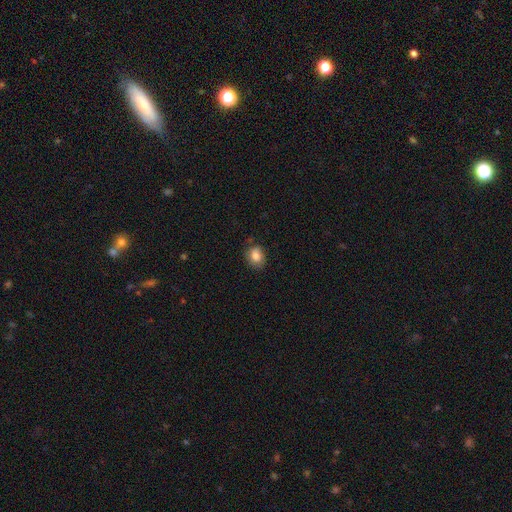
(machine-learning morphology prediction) smooth-or-featured: smooth: 82% | star or artifact: 9% | featured or disk: 9%
  how-rounded: in between: 51% | round: 48% | cigar-shaped: 1%
  merging: none: 74% | minor disturbance: 20% | major disturbance: 4% | merger: 2%